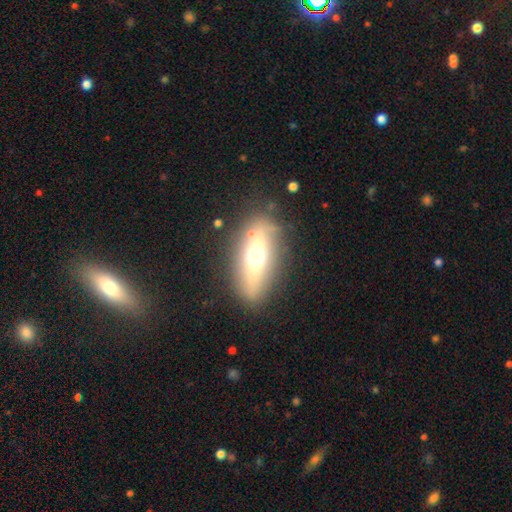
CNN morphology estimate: smooth-or-featured: featured or disk: 47% | smooth: 43% | star or artifact: 10%
  merging: none: 79% | minor disturbance: 13% | major disturbance: 5% | merger: 3%